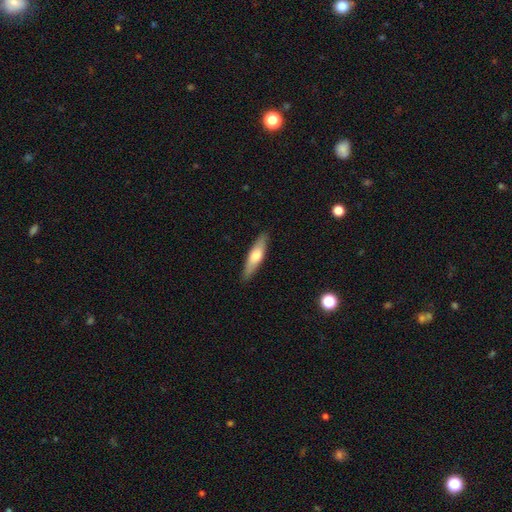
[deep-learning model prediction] Smooth or featured? smooth (60%)
How rounded? cigar-shaped (67%)
Merging? none (88%)